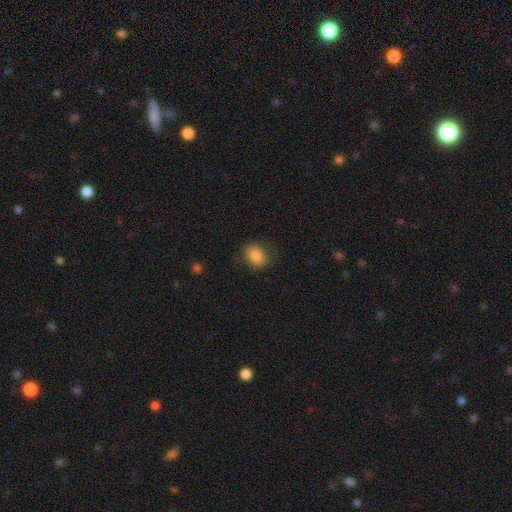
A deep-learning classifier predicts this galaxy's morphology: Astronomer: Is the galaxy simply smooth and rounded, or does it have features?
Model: smooth — 84%.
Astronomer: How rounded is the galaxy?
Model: in between — 57% (runner-up: round, 42%).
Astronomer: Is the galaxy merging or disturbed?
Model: none — 79%.